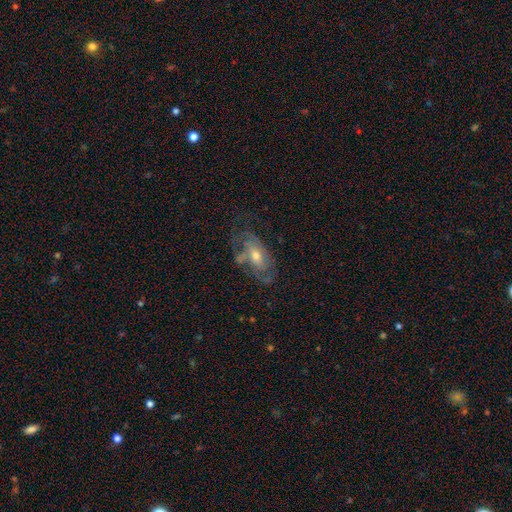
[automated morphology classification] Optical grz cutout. It shows a featured or disk galaxy (69%) with no bar (64%), spiral arms (75%) and a moderate central bulge (59%). Merging: none (53%).